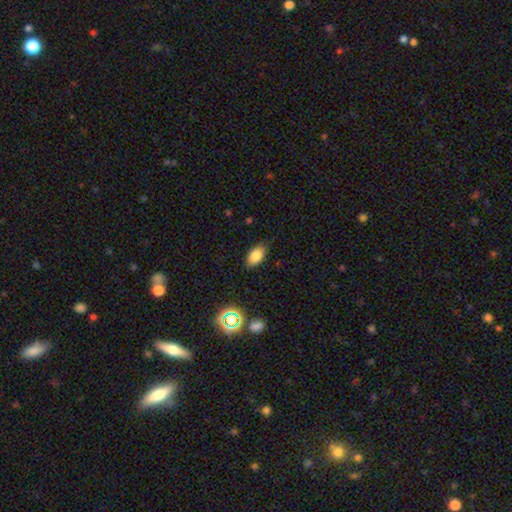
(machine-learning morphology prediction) Overall: smooth (79%). How rounded: in between (90%). Merging: none (80%).